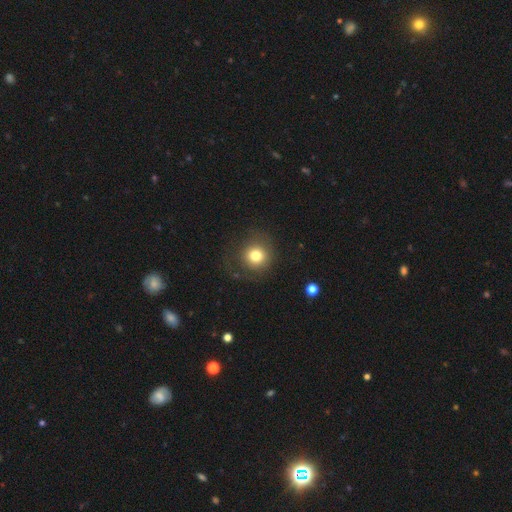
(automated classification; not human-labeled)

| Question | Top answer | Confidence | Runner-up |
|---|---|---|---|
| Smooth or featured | smooth | 76% | featured or disk (13%) |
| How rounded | round | 91% | in between (8%) |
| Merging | none | 74% | minor disturbance (13%) |